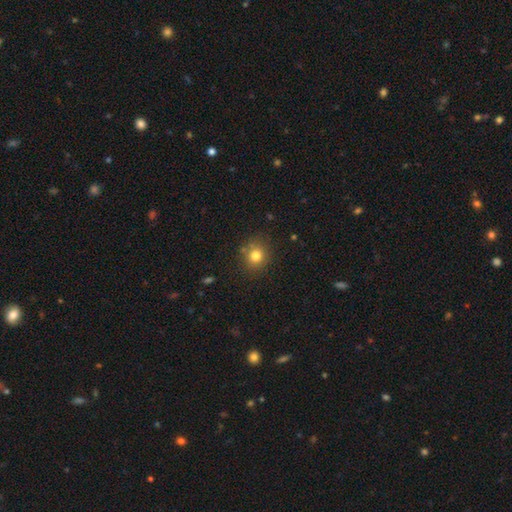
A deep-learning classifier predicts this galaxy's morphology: Smooth or featured?
  - smooth: 79% *
  - star or artifact: 13%
  - featured or disk: 8%
How rounded?
  - round: 81% *
  - in between: 18%
  - cigar-shaped: 1%
Merging?
  - none: 81% *
  - minor disturbance: 11%
  - merger: 4%
  - major disturbance: 3%